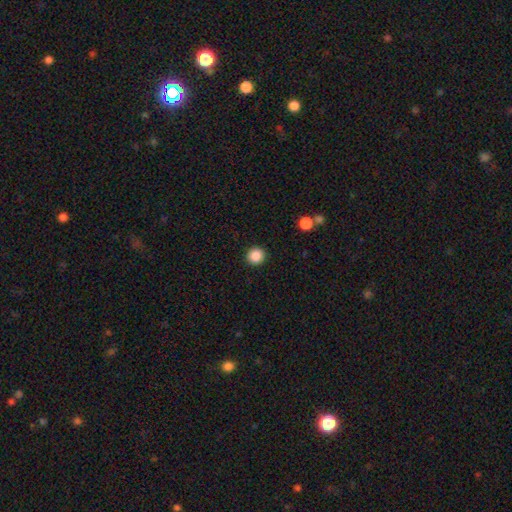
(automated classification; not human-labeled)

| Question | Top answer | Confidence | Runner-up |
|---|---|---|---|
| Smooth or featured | smooth | 87% | star or artifact (10%) |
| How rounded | round | 94% | in between (5%) |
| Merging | none | 93% | minor disturbance (4%) |